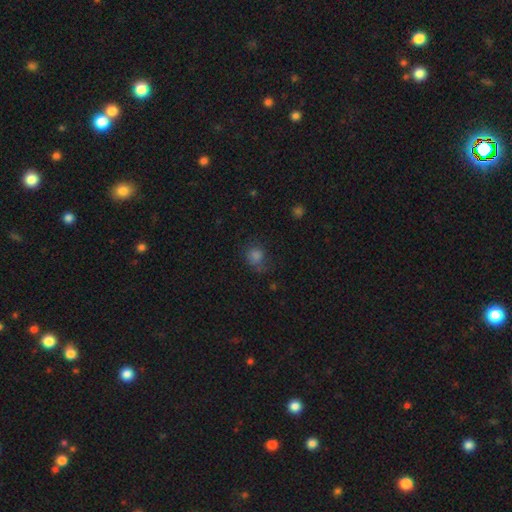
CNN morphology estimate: Smooth or featured?
  - smooth: 76% *
  - star or artifact: 16%
  - featured or disk: 7%
How rounded?
  - round: 77% *
  - in between: 22%
  - cigar-shaped: 1%
Merging?
  - none: 58% *
  - minor disturbance: 25%
  - major disturbance: 14%
  - merger: 3%